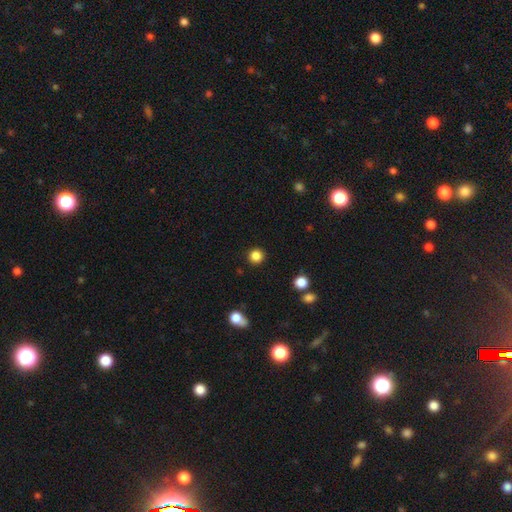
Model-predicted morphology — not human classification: A smooth galaxy with no disk features (86%) that is round (94%). Merging: none (91%).